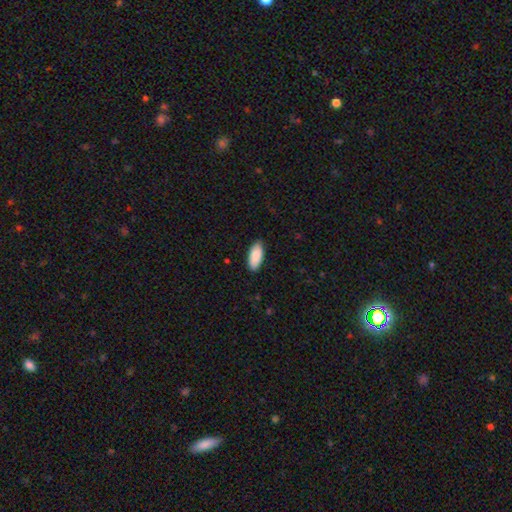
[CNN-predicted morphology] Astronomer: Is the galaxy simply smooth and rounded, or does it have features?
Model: smooth — 88%.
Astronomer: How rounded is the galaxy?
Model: in between — 88%.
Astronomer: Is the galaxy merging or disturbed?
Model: none — 88%.